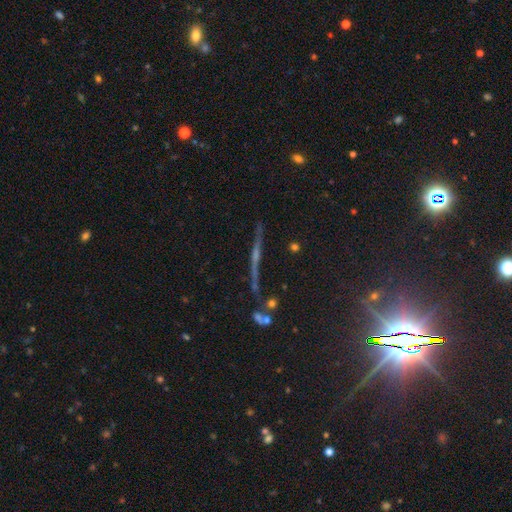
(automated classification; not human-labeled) Overall: featured or disk (68%). Edge-on disk: yes (94%). Edge-on bulge: rounded (67%). Merging: none (79%).